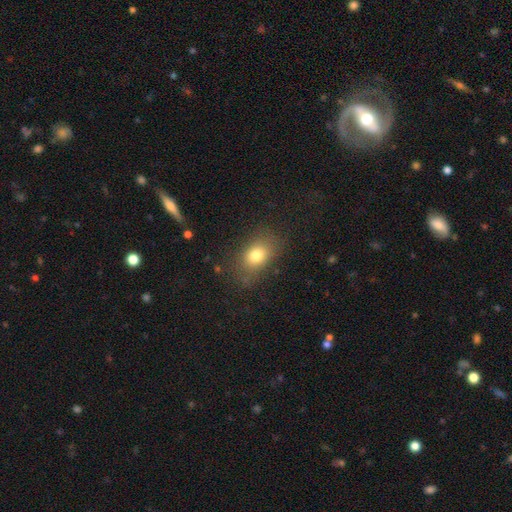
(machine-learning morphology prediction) Overall: smooth (77%). How rounded: in between (73%). Merging: none (76%).